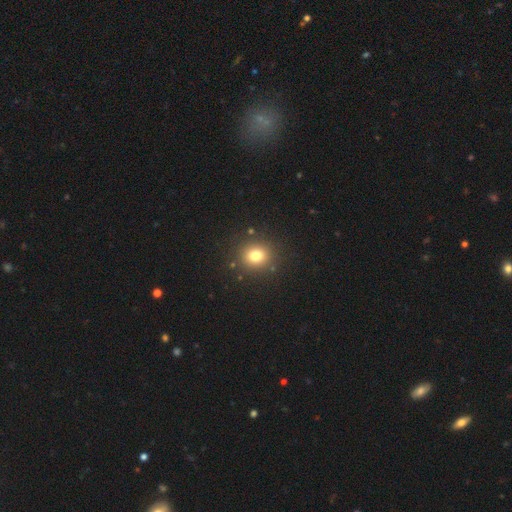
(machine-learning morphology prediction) Smooth or featured: smooth — 76% (star or artifact — 15%)
How rounded: round — 82% (in between — 17%)
Merging: none — 88% (minor disturbance — 7%)